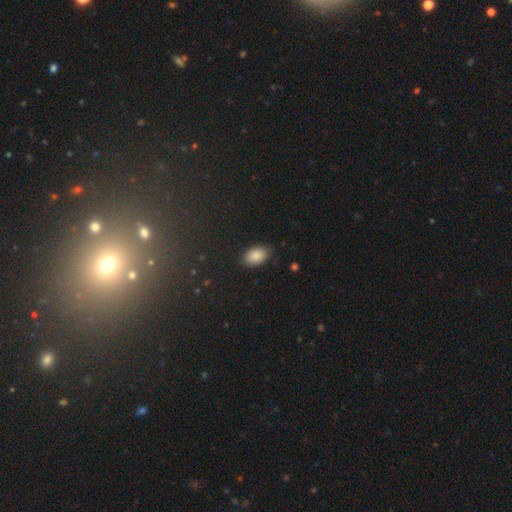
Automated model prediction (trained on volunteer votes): Q: Smooth or featured?
A: smooth (86%); runner-up: star or artifact (8%)
Q: How rounded?
A: in between (90%); runner-up: round (9%)
Q: Merging?
A: none (84%); runner-up: minor disturbance (12%)